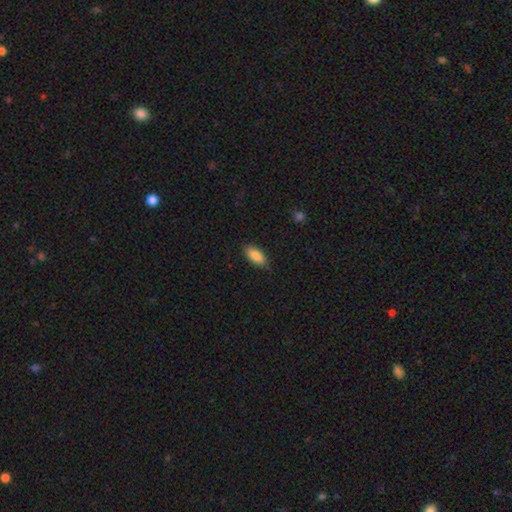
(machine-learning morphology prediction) type=smooth (87%); roundness=in between (84%); merging=none (80%).